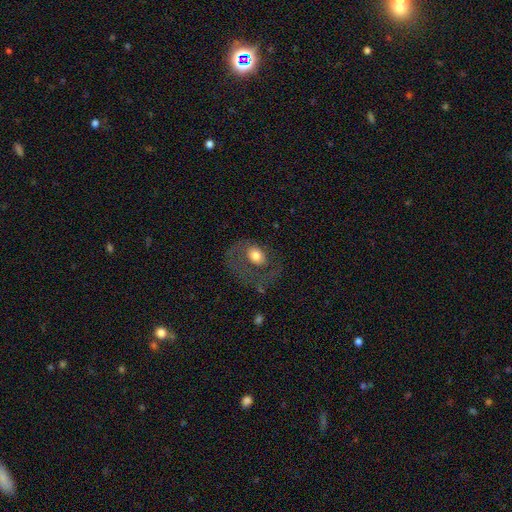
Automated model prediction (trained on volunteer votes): Smooth or featured? Predicted: smooth (p=0.48). Merging? Predicted: major disturbance (p=0.44).